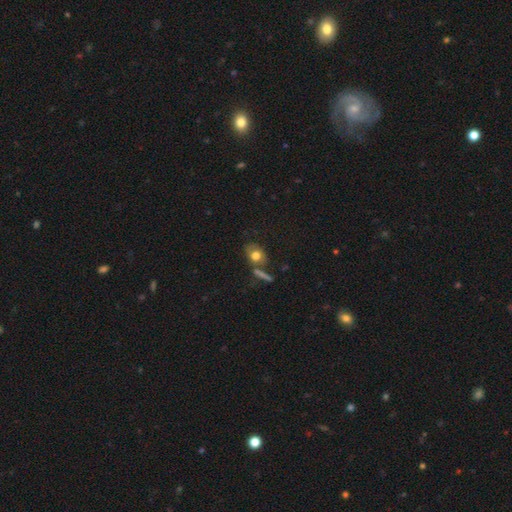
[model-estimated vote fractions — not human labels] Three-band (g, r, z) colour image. It shows a smooth galaxy with no disk features (66%) that is in between round and cigar-shaped (64%). Merging: none (49%).